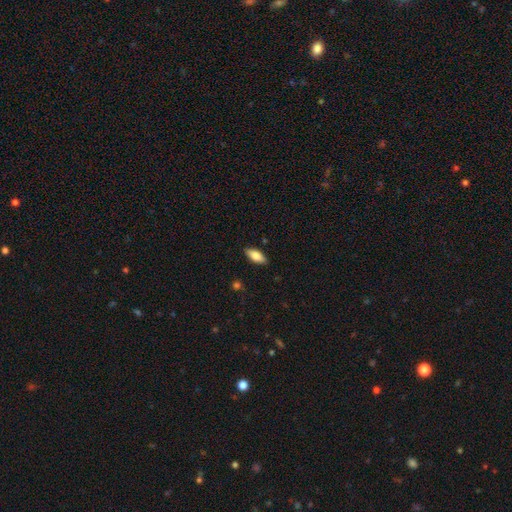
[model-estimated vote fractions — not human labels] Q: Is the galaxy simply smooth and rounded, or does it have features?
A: smooth — 77%.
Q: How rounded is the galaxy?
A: in between — 83%.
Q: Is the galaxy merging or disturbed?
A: none — 88%.